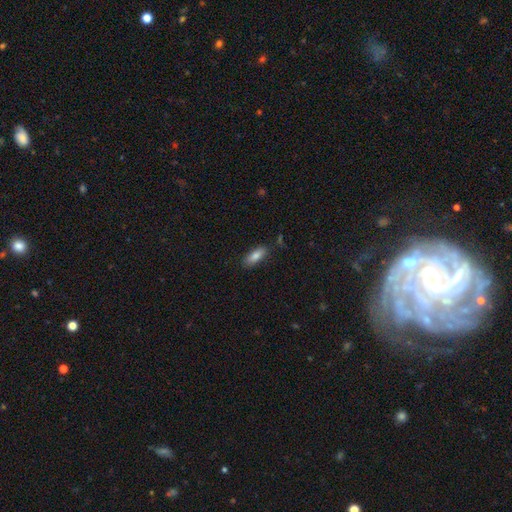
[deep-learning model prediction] The model was most divided on "how rounded": in between: 74%, cigar-shaped: 24%, round: 2%. More confident: merging — none (82%); smooth or featured — smooth (81%).